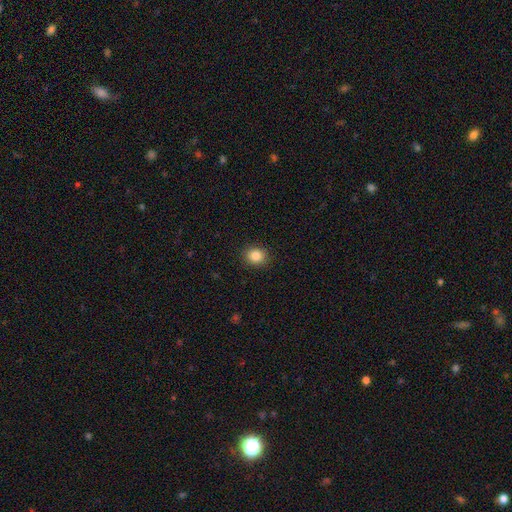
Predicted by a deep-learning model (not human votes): smooth_or_featured: smooth (p=0.85) [alt: star or artifact p=0.10]
how_rounded: round (p=0.73) [alt: in between p=0.26]
merging: none (p=0.91) [alt: minor disturbance p=0.06]